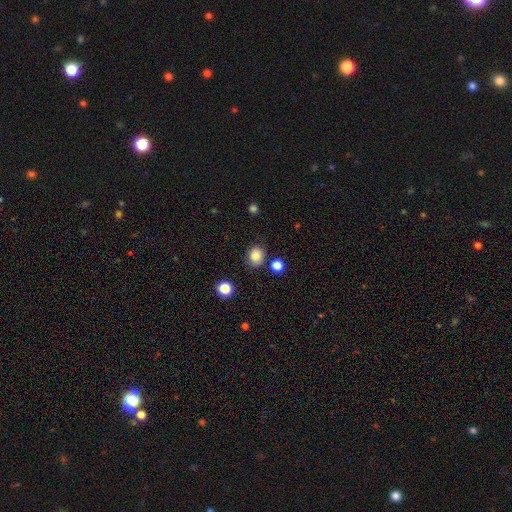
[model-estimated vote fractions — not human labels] Smooth or featured?
  - smooth: 84% *
  - star or artifact: 11%
  - featured or disk: 5%
How rounded?
  - round: 65% *
  - in between: 34%
  - cigar-shaped: 1%
Merging?
  - none: 80% *
  - minor disturbance: 13%
  - merger: 4%
  - major disturbance: 3%